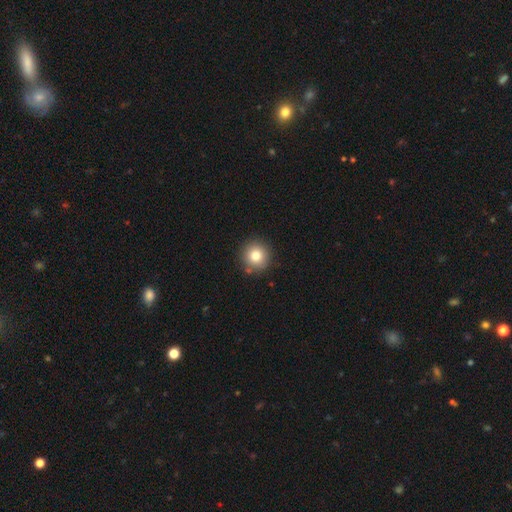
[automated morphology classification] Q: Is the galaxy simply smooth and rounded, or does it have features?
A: smooth — 80%.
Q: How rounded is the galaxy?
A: round — 94%.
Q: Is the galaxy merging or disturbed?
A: none — 87%.